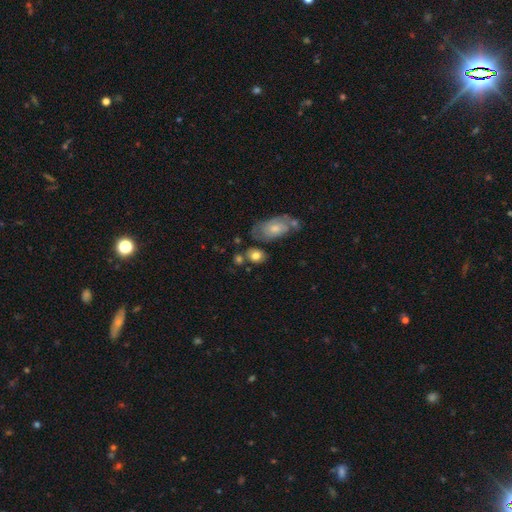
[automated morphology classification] This is likely a smooth galaxy (78%). How rounded: possibly in between (56%). Merging: possibly none (59%).